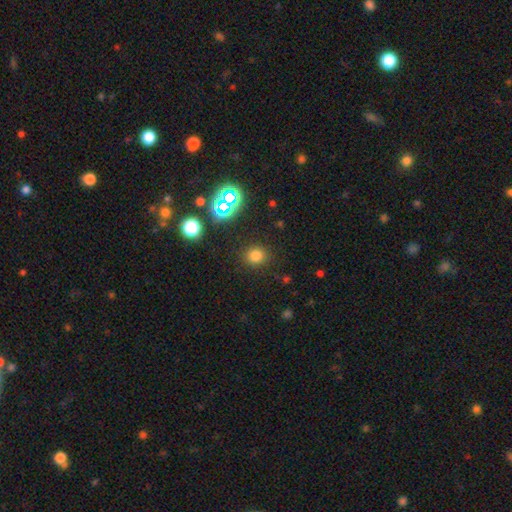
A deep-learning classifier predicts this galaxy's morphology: This appears to be a smooth galaxy with no disk features (74%) that is round (85%). Merging: none (88%).